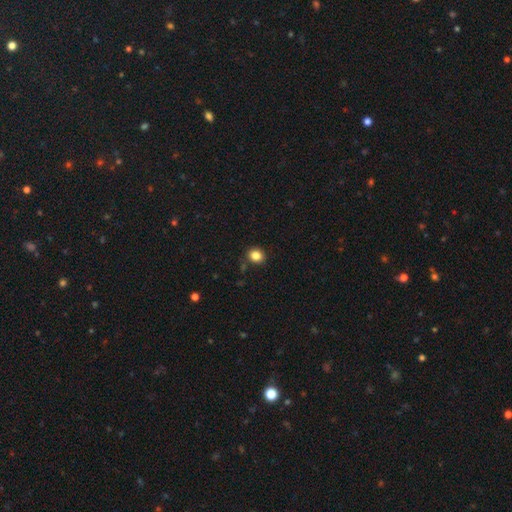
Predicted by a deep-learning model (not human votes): Smooth or featured?
  - smooth: 84% *
  - star or artifact: 11%
  - featured or disk: 5%
How rounded?
  - round: 68% *
  - in between: 31%
  - cigar-shaped: 1%
Merging?
  - none: 87% *
  - minor disturbance: 9%
  - major disturbance: 2%
  - merger: 2%